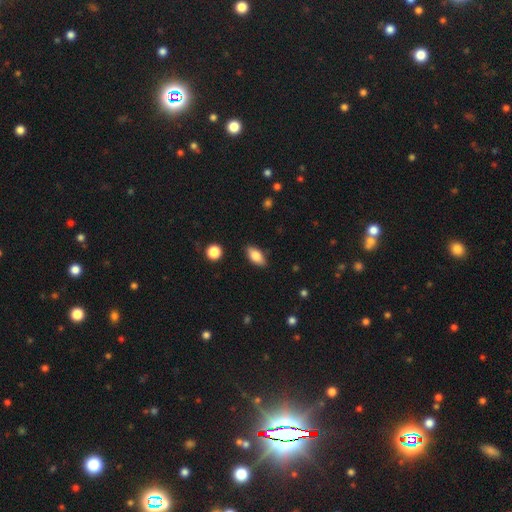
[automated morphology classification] This appears to be a smooth galaxy with no disk features (78%) that is in between round and cigar-shaped (87%). Merging: none (86%).